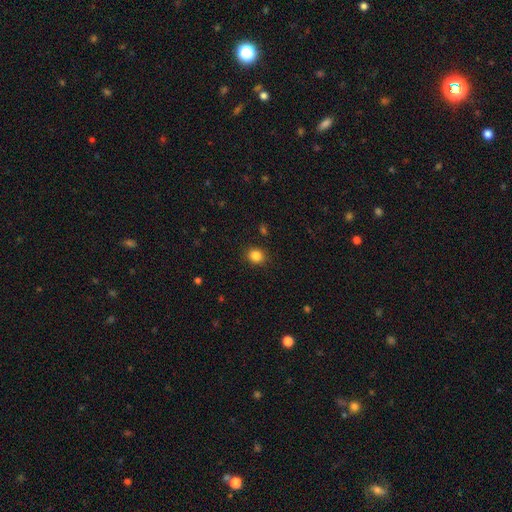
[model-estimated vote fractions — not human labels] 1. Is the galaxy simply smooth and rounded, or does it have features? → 85% smooth, 11% star or artifact, 4% featured or disk.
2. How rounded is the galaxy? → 73% round, 27% in between, 1% cigar-shaped.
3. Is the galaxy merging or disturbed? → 90% none, 7% minor disturbance, 2% major disturbance, 1% merger.